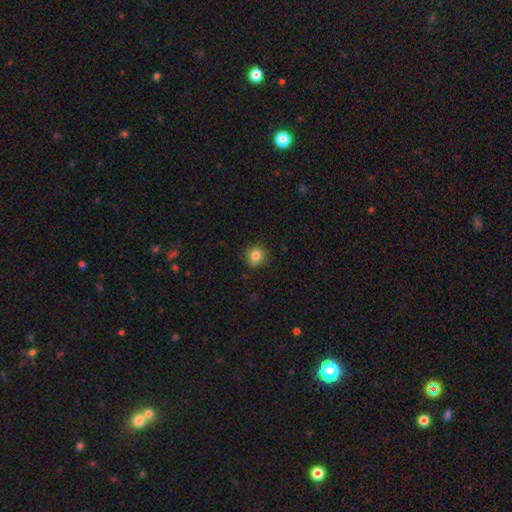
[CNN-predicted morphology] Q: Smooth or featured?
A: smooth (84%); runner-up: star or artifact (10%)
Q: How rounded?
A: round (81%); runner-up: in between (18%)
Q: Merging?
A: none (84%); runner-up: minor disturbance (12%)